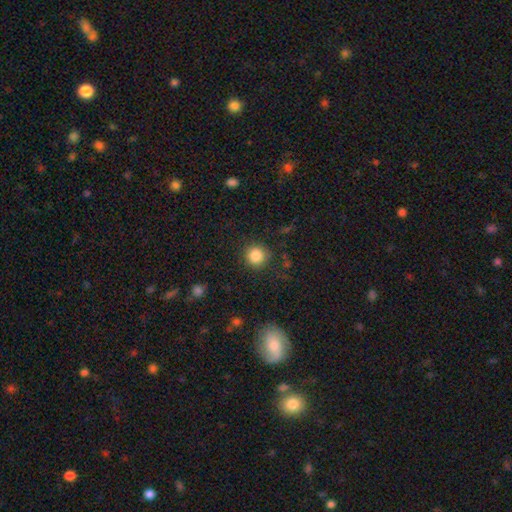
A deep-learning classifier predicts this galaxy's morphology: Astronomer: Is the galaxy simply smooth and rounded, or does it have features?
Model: smooth — 85%.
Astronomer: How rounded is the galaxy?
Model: round — 94%.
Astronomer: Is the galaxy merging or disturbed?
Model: none — 88%.